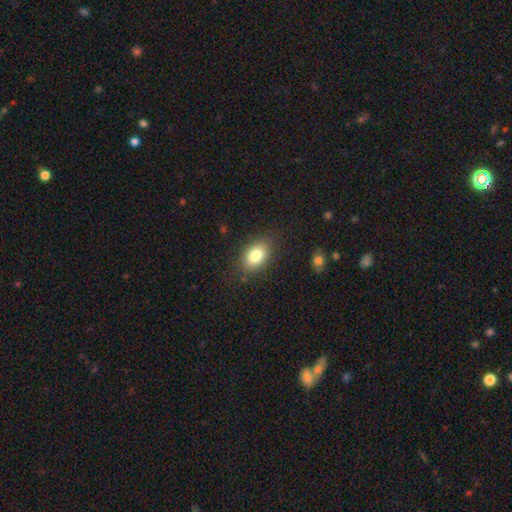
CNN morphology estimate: Smooth or featured: smooth — 81% (featured or disk — 10%)
How rounded: in between — 85% (round — 14%)
Merging: none — 82% (minor disturbance — 13%)